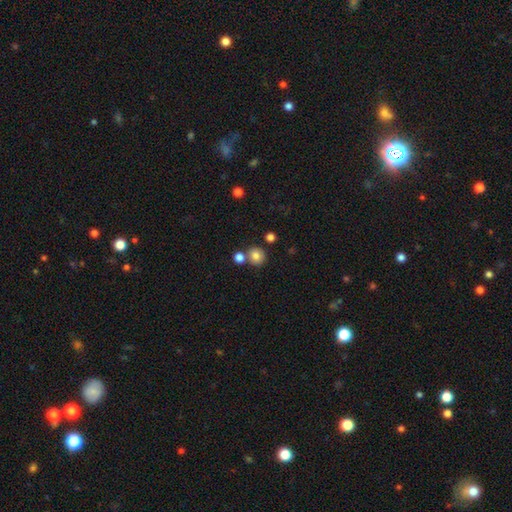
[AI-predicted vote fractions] The model was most divided on "merging": none: 69%, merger: 20%, minor disturbance: 8%, major disturbance: 3%. More confident: how rounded — round (88%); smooth or featured — smooth (81%).